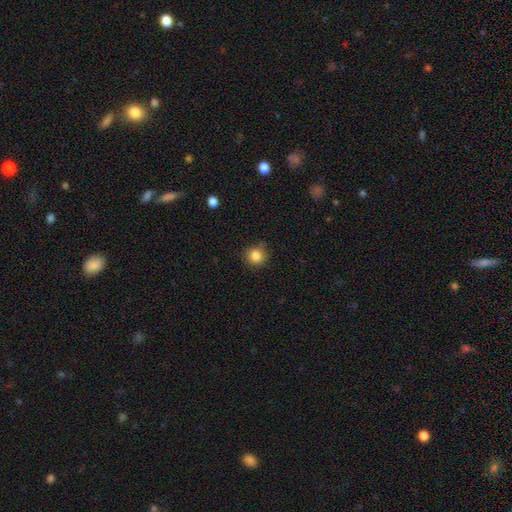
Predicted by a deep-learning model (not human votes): The model was most divided on "merging": none: 83%, minor disturbance: 12%, major disturbance: 3%, merger: 1%. More confident: how rounded — round (89%); smooth or featured — smooth (85%).